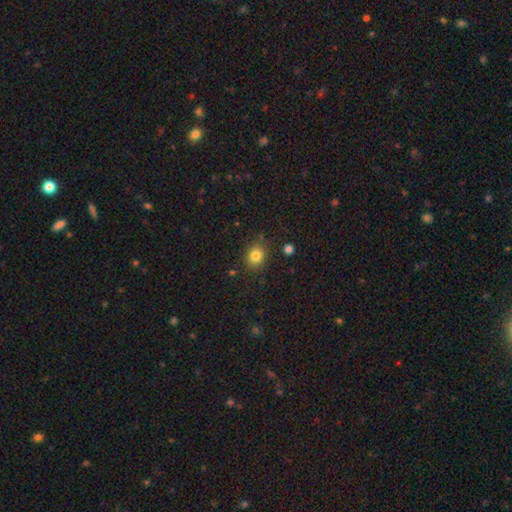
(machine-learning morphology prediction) type=smooth (83%); roundness=round (61%); merging=none (84%).